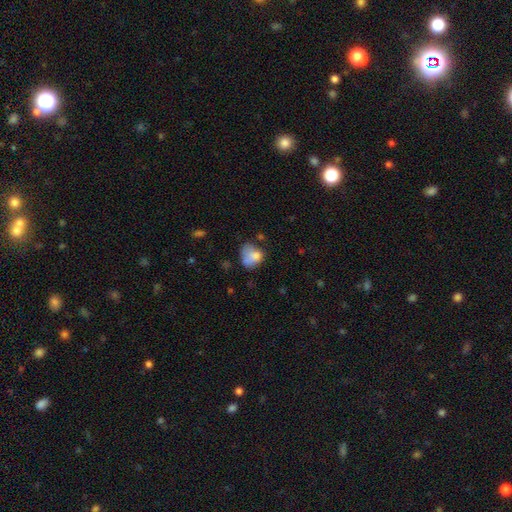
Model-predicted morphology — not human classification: Q: Smooth or featured?
A: smooth (67%); runner-up: featured or disk (21%)
Q: How rounded?
A: in between (50%); runner-up: round (48%)
Q: Merging?
A: none (35%); runner-up: minor disturbance (27%)